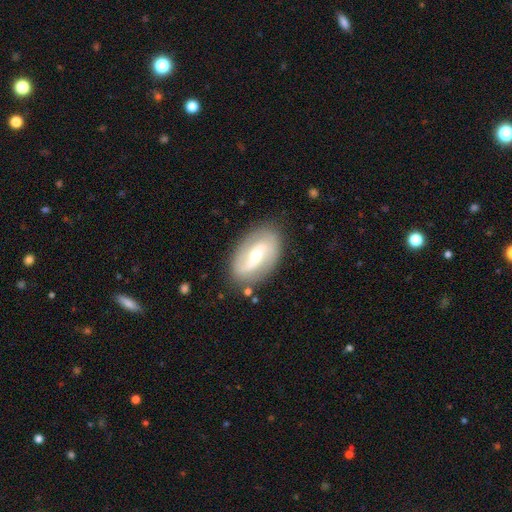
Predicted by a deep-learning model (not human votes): This is likely a featured or disk galaxy (74%). It is clearly not viewed edge-on (94%). Bar: marginally weak (39%). Spiral arm pattern: clearly yes (83%). Spiral arm count: clearly 2 (86%). Spiral winding: possibly loose (48%). Central bulge: possibly moderate (57%). Merging: clearly none (82%).